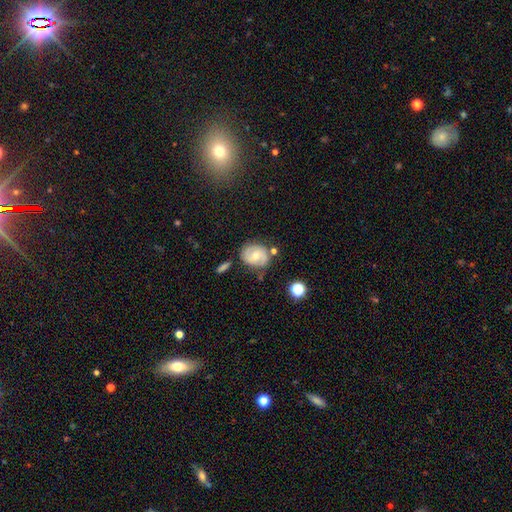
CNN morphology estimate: Smooth or featured: featured or disk — 60% (smooth — 32%)
Edge-on disk: no — 96% (yes — 4%)
Bar: no — 58% (weak — 34%)
Spiral arms: yes — 82% (no — 18%)
Bulge size: moderate — 60% (small — 35%)
Merging: none — 69% (minor disturbance — 19%)